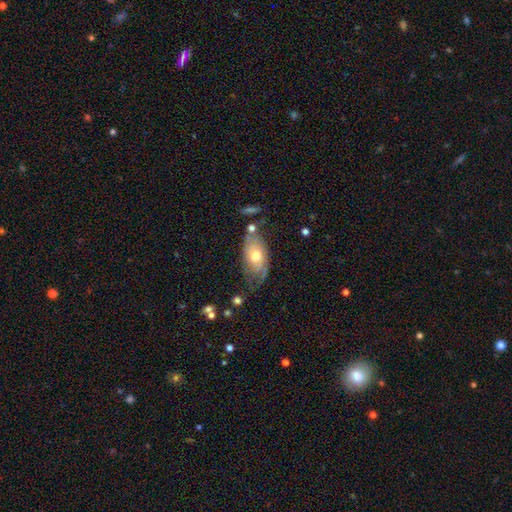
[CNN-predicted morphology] The model was most divided on "smooth or featured": featured or disk: 52%, smooth: 40%, star or artifact: 8%. Remaining: edge-on disk — no (89%); merging — none (49%).